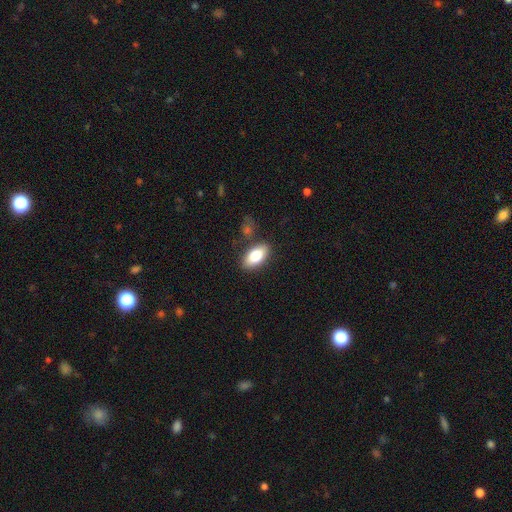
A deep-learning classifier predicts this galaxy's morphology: smooth-or-featured: smooth: 81% | featured or disk: 12% | star or artifact: 7%
  how-rounded: in between: 91% | cigar-shaped: 6% | round: 4%
  merging: none: 82% | minor disturbance: 11% | merger: 5% | major disturbance: 3%